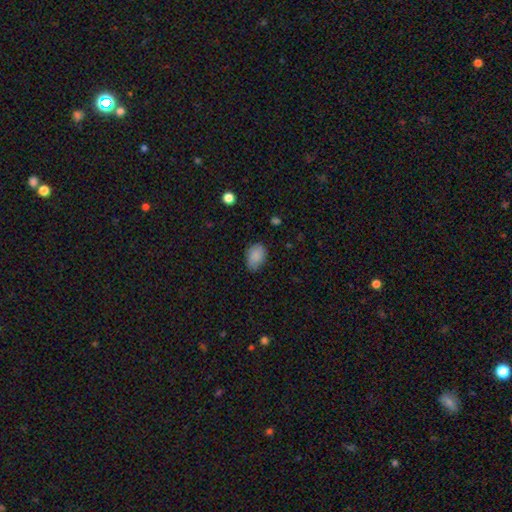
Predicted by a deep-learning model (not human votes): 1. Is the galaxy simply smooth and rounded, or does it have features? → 86% smooth, 8% star or artifact, 6% featured or disk.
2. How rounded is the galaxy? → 83% in between, 16% round, 1% cigar-shaped.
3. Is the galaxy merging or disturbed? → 76% none, 20% minor disturbance, 3% major disturbance, 1% merger.